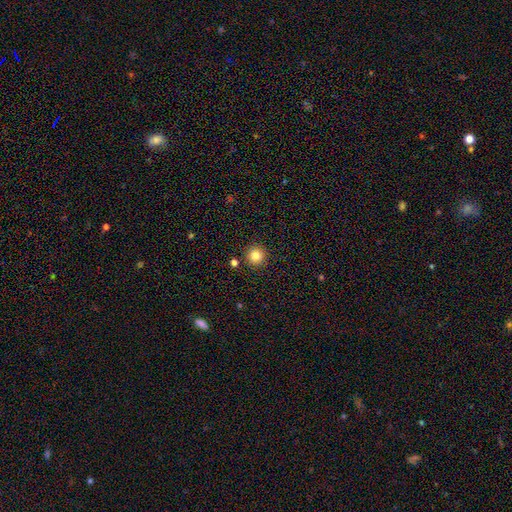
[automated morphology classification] Q: Smooth or featured?
A: smooth (82%); runner-up: star or artifact (12%)
Q: How rounded?
A: round (95%); runner-up: in between (4%)
Q: Merging?
A: none (91%); runner-up: minor disturbance (5%)